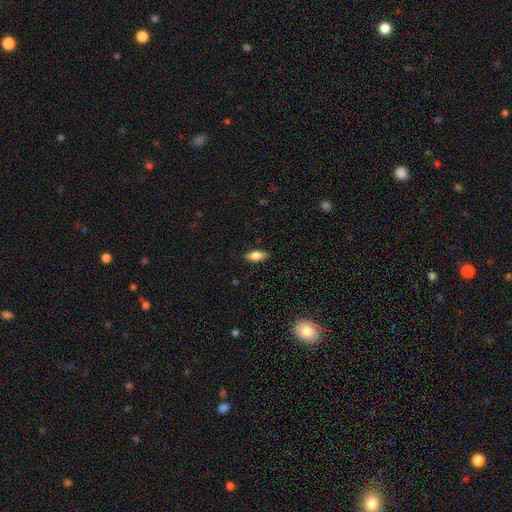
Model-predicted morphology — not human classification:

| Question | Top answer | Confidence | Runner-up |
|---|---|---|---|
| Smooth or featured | smooth | 74% | featured or disk (19%) |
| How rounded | in between | 82% | cigar-shaped (14%) |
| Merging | none | 86% | minor disturbance (11%) |